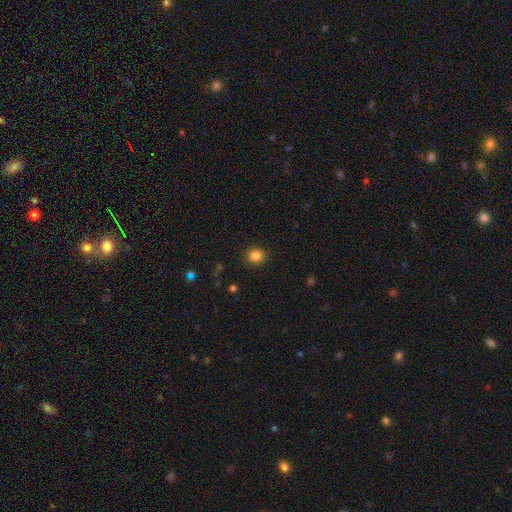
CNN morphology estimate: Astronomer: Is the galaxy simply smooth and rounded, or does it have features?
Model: smooth — 85%.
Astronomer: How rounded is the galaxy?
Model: round — 79%.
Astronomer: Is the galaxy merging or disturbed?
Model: none — 89%.